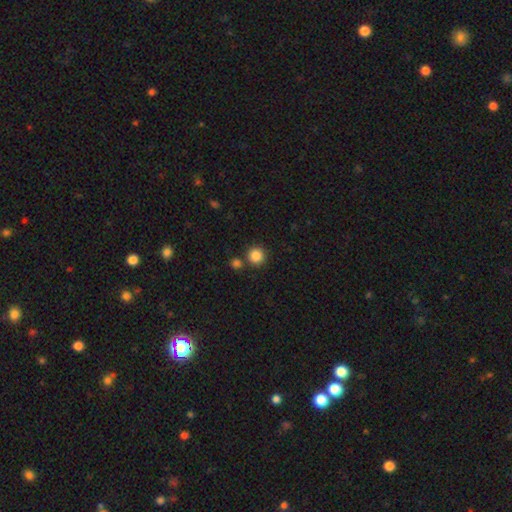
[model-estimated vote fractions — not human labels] smooth_or_featured: smooth (p=0.86) [alt: star or artifact p=0.10]
how_rounded: round (p=0.94) [alt: in between p=0.05]
merging: none (p=0.79) [alt: merger p=0.12]